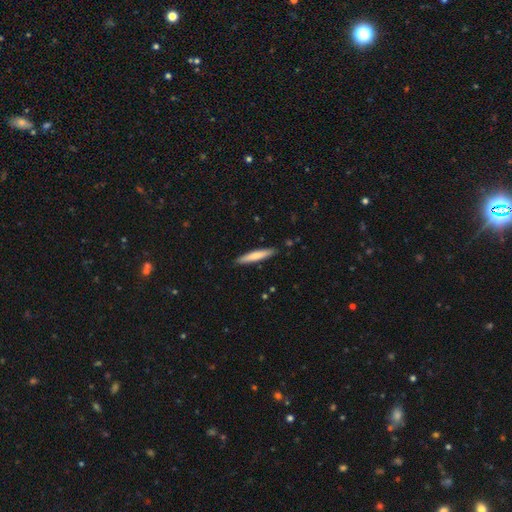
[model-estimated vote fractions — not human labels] Smooth or featured: smooth — 71% (featured or disk — 24%)
How rounded: cigar-shaped — 92% (in between — 7%)
Merging: none — 90% (minor disturbance — 8%)